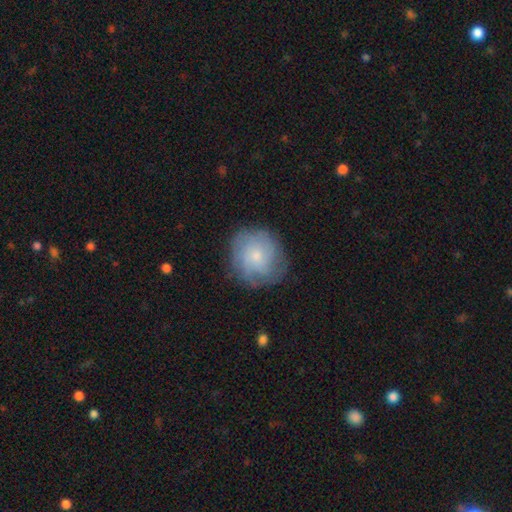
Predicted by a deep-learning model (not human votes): Overall: smooth (51%; featured or disk 40%). How rounded: round (86%). Merging: none (75%).